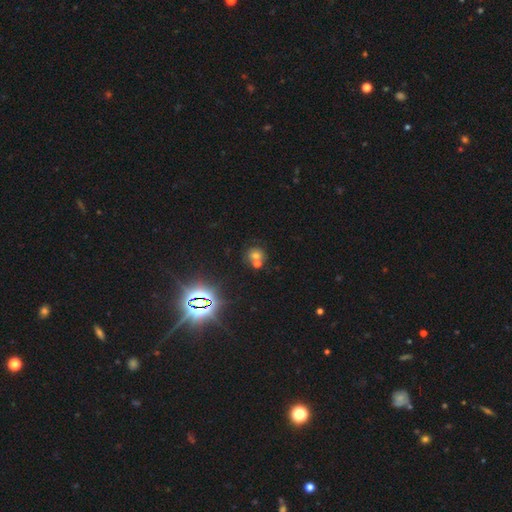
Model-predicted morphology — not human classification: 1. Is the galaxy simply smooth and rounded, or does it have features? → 53% smooth, 32% star or artifact, 15% featured or disk.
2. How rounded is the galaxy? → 80% round, 19% in between, 1% cigar-shaped.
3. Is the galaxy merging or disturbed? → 49% none, 38% merger, 9% minor disturbance, 4% major disturbance.